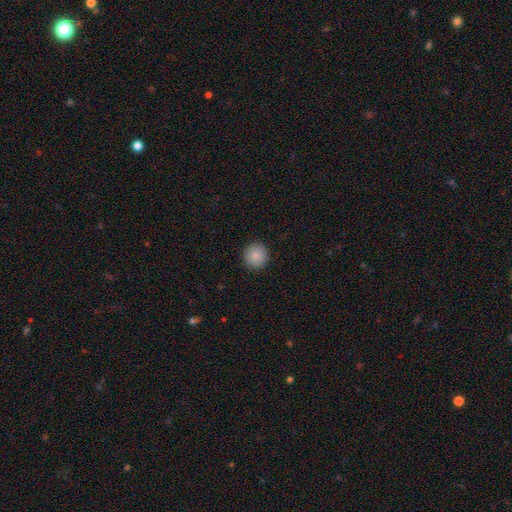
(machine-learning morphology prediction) smooth_or_featured: smooth (p=0.87) [alt: star or artifact p=0.08]
how_rounded: round (p=0.93) [alt: in between p=0.07]
merging: none (p=0.92) [alt: minor disturbance p=0.05]